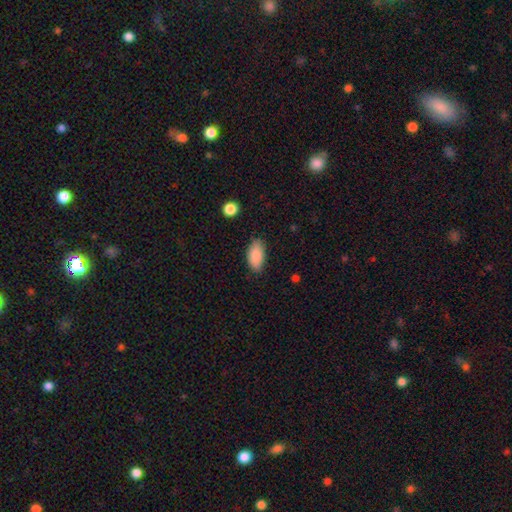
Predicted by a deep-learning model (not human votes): This appears to be a smooth galaxy with no disk features (88%) that is in between round and cigar-shaped (93%). Merging: none (80%).